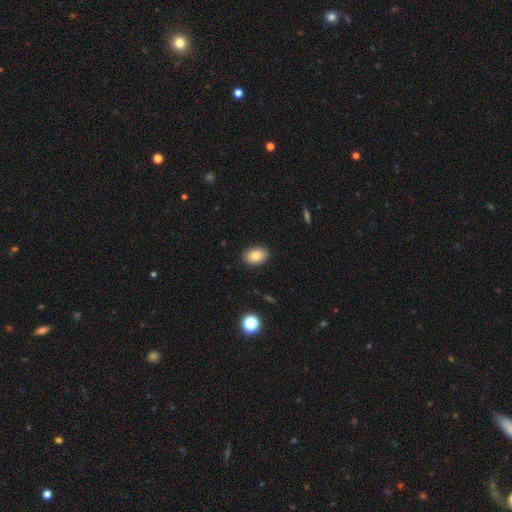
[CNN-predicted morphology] Overall: smooth (85%). How rounded: in between (84%). Merging: none (88%).